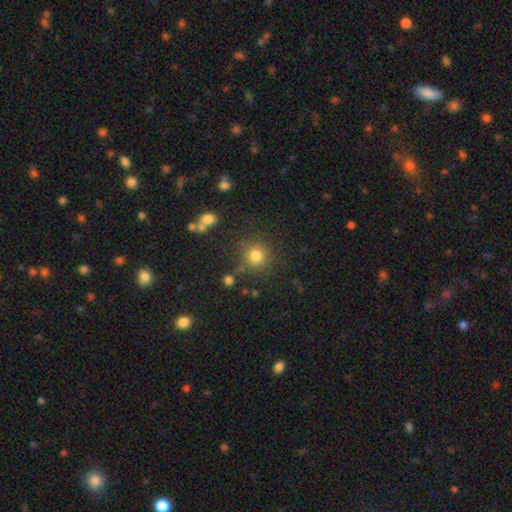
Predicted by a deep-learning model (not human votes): A smooth galaxy with no disk features (79%) that is round (93%). Merging: none (80%).